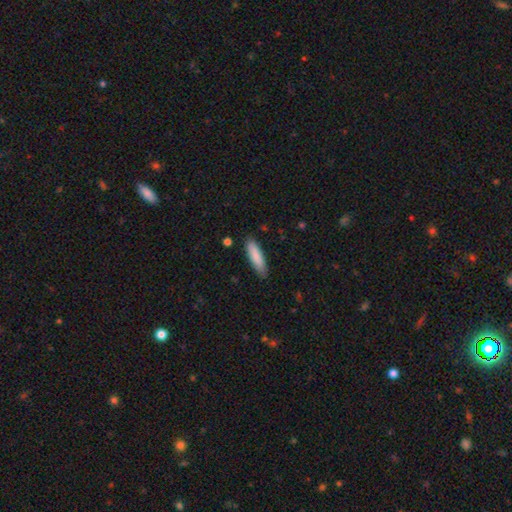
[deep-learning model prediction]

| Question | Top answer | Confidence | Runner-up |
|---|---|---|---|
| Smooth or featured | smooth | 86% | featured or disk (9%) |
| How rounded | cigar-shaped | 65% | in between (34%) |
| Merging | none | 85% | minor disturbance (11%) |